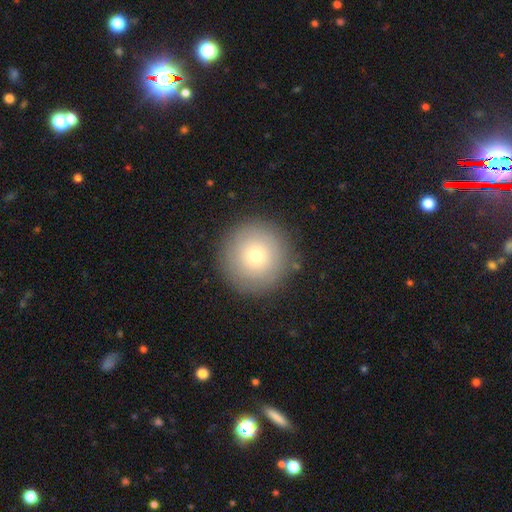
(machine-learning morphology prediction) This is likely a smooth galaxy (72%). How rounded: clearly round (97%). Merging: clearly none (89%).